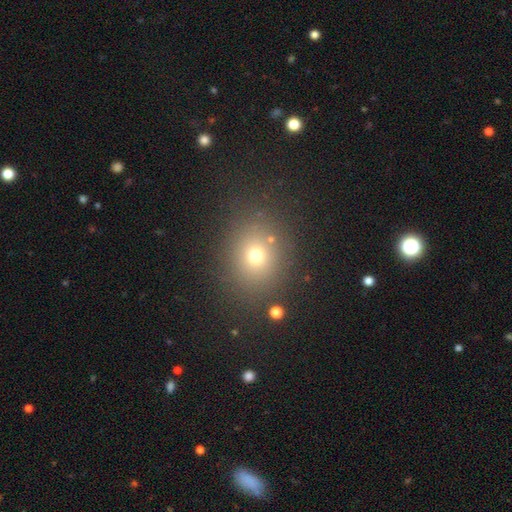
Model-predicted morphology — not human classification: Overall: smooth (69%). How rounded: round (69%; in between 30%). Merging: none (83%).